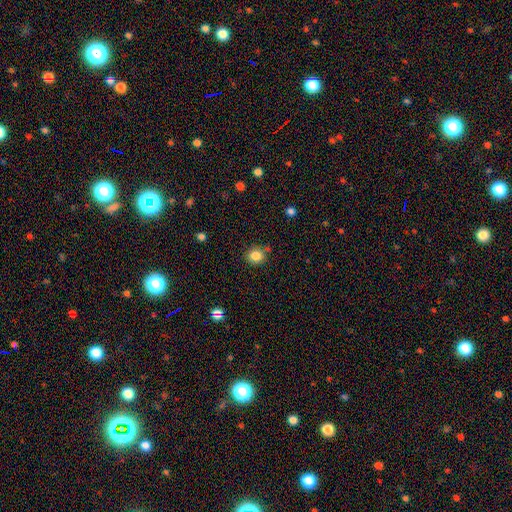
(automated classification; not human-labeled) Smooth or featured?
  - smooth: 84% *
  - star or artifact: 11%
  - featured or disk: 5%
How rounded?
  - round: 83% *
  - in between: 16%
  - cigar-shaped: 1%
Merging?
  - none: 80% *
  - minor disturbance: 12%
  - merger: 5%
  - major disturbance: 3%